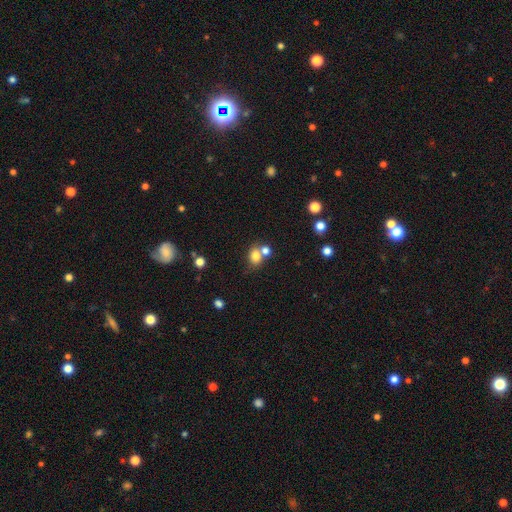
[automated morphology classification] This is likely a smooth galaxy (79%). How rounded: possibly round (52%). Merging: possibly none (47%).